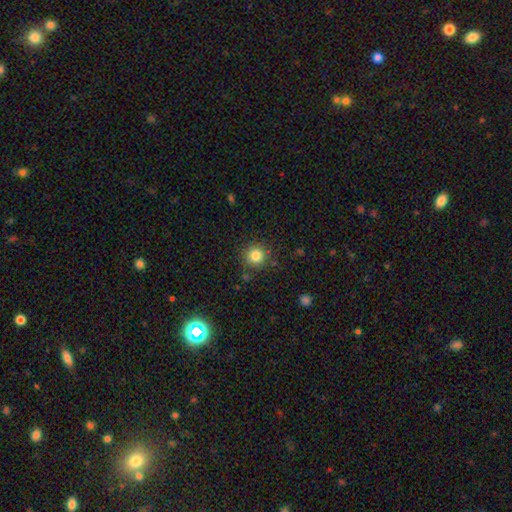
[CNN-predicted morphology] This is clearly a smooth galaxy (83%). How rounded: clearly round (93%). Merging: clearly none (86%).